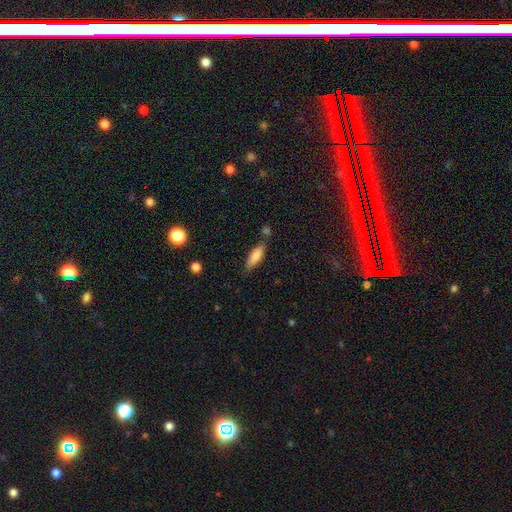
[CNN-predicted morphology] Smooth or featured: smooth — 78% (featured or disk — 15%)
How rounded: cigar-shaped — 50% (in between — 48%)
Merging: none — 72% (minor disturbance — 17%)